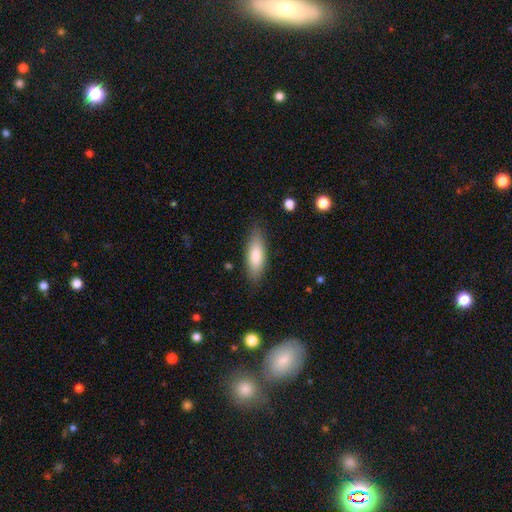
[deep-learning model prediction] A smooth galaxy with no disk features (77%) that is in between round and cigar-shaped (49%, tied with cigar-shaped).

Vote fractions:
- Smooth or featured? smooth: 77% / featured or disk: 17% / star or artifact: 6%
- How rounded? in between: 49% (tied) / cigar-shaped: 49% (tied) / round: 2%
- Merging? none: 85% / minor disturbance: 12% / major disturbance: 3% / merger: 1%